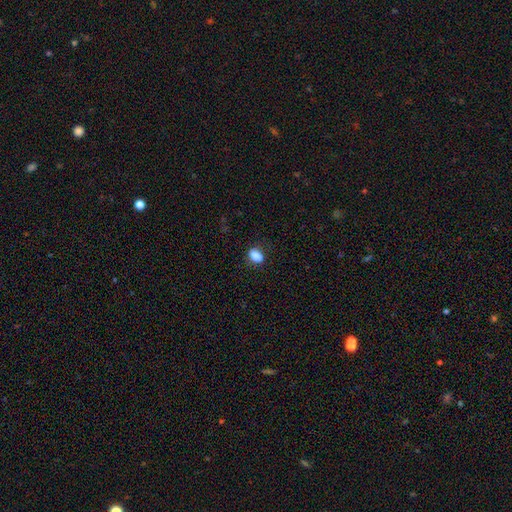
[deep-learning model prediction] smooth 86%, star or artifact 9%, featured or disk 5%. Down the decision tree: how rounded — in between (78%); merging — none (78%).